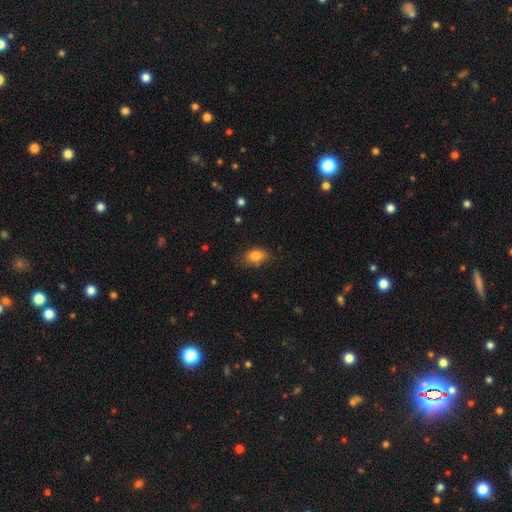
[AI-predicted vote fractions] This appears to be a smooth galaxy with no disk features (83%) that is in between round and cigar-shaped (82%). Merging: none (75%).